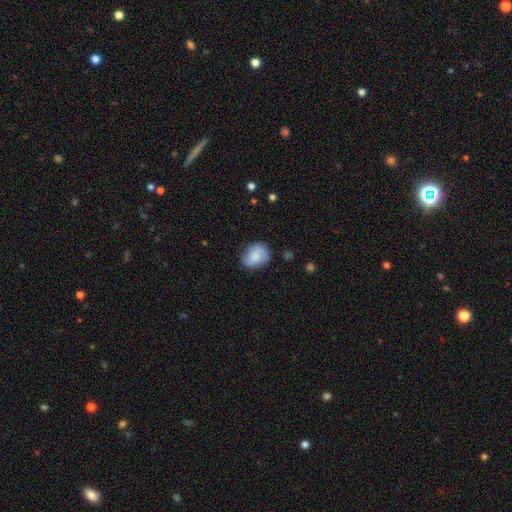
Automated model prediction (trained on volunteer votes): A smooth galaxy with no disk features (72%) that is round (54%). Merging: none (75%).